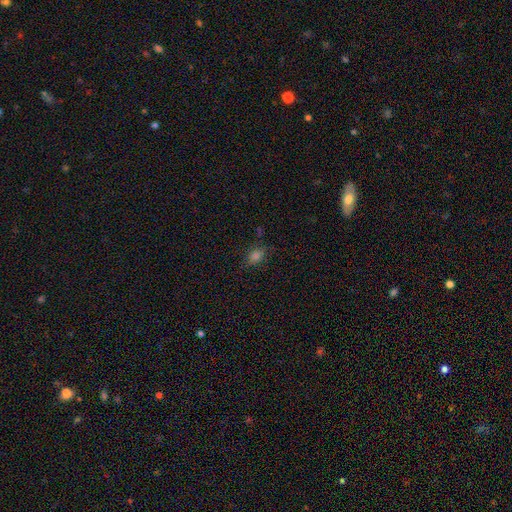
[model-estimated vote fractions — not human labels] smooth 75%, star or artifact 19%, featured or disk 7%. Down the decision tree: how rounded — in between (70%); merging — none (78%).